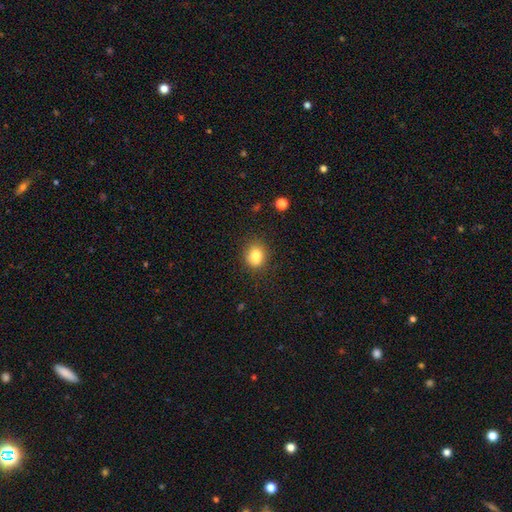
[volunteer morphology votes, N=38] Smooth or featured: smooth — 82% (featured or disk — 13%)
How rounded: round — 52% (in between — 45%)
Merging: none — 78% (minor disturbance — 14%)